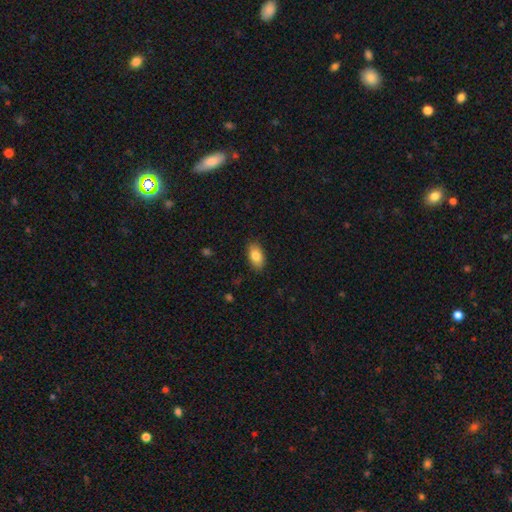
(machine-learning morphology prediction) This appears to be a smooth galaxy with no disk features (83%) that is in between round and cigar-shaped (92%). Merging: none (87%).